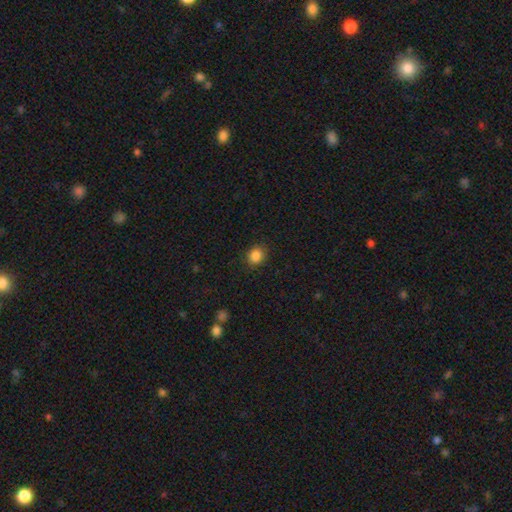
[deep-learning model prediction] Smooth or featured: smooth — 85% (star or artifact — 11%)
How rounded: round — 77% (in between — 22%)
Merging: none — 89% (minor disturbance — 8%)